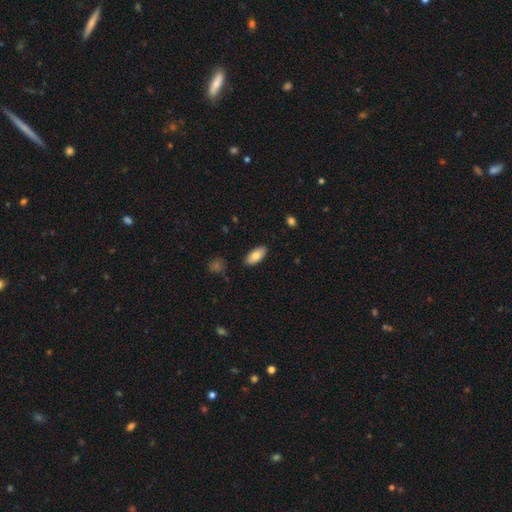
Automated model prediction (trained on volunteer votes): Q: Smooth or featured?
A: smooth (82%); runner-up: featured or disk (12%)
Q: How rounded?
A: in between (89%); runner-up: cigar-shaped (9%)
Q: Merging?
A: none (87%); runner-up: minor disturbance (10%)